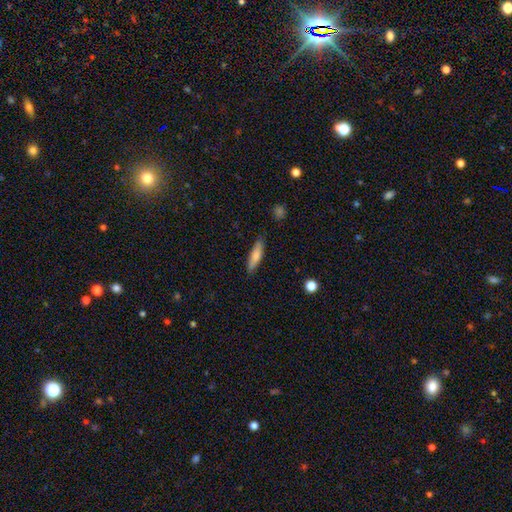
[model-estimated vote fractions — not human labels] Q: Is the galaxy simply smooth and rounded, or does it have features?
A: smooth — 74%.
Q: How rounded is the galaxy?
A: cigar-shaped — 77%.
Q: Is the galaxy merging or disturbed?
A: none — 86%.